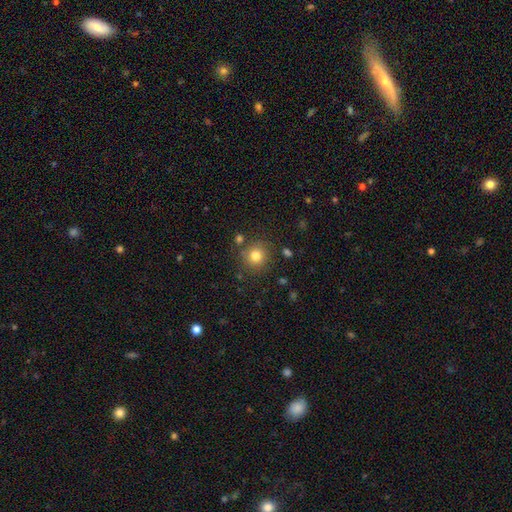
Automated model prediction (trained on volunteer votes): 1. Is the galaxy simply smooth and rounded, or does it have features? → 80% smooth, 12% star or artifact, 8% featured or disk.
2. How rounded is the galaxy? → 92% round, 7% in between, 1% cigar-shaped.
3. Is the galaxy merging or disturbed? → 83% none, 9% minor disturbance, 5% merger, 3% major disturbance.